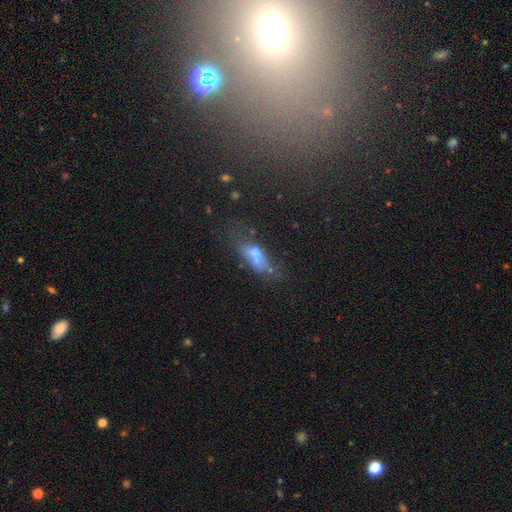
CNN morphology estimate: Smooth or featured: smooth — 54% (featured or disk — 32%)
How rounded: in between — 76% (cigar-shaped — 18%)
Merging: none — 33% (major disturbance — 23%)